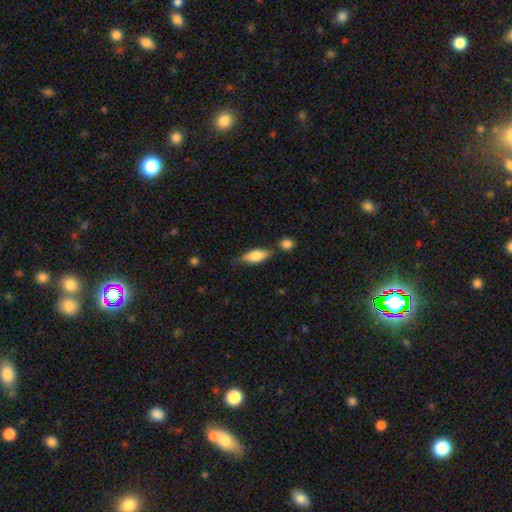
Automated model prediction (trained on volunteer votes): Smooth or featured: smooth — 70% (featured or disk — 24%)
How rounded: in between — 73% (cigar-shaped — 24%)
Merging: none — 63% (minor disturbance — 20%)